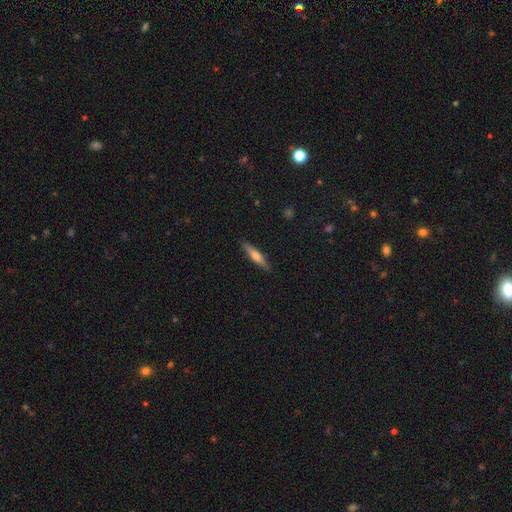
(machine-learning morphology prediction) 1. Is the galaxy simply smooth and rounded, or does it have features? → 49% smooth, 44% featured or disk, 6% star or artifact.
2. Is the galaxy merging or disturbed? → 90% none, 7% minor disturbance, 2% major disturbance, 1% merger.